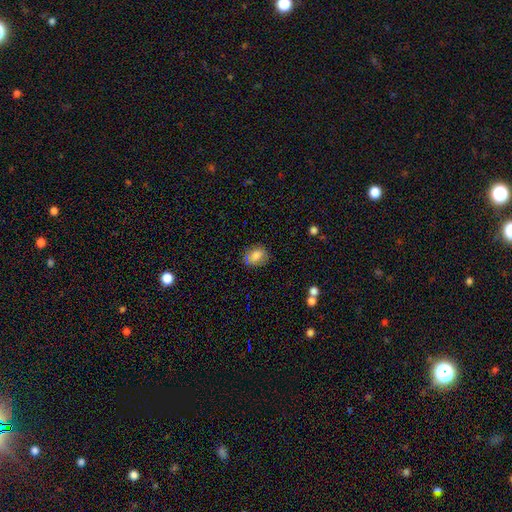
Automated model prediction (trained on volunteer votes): smooth-or-featured: smooth: 81% | featured or disk: 11% | star or artifact: 9%
  how-rounded: in between: 64% | round: 35% | cigar-shaped: 1%
  merging: none: 77% | minor disturbance: 17% | major disturbance: 4% | merger: 2%